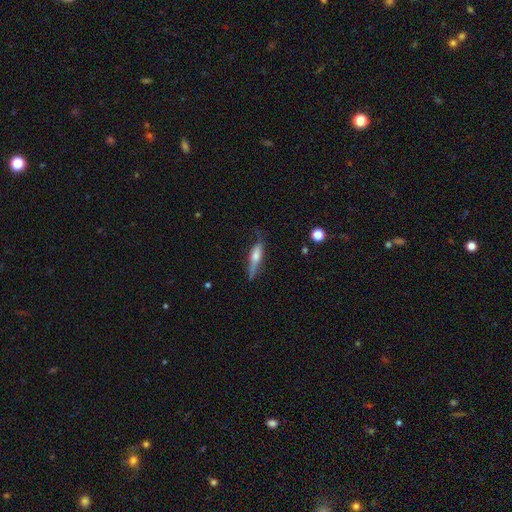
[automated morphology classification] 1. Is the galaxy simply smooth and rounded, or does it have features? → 56% featured or disk, 37% smooth, 7% star or artifact.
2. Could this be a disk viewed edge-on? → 88% yes, 12% no.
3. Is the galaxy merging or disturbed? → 67% none, 24% minor disturbance, 7% major disturbance, 2% merger.